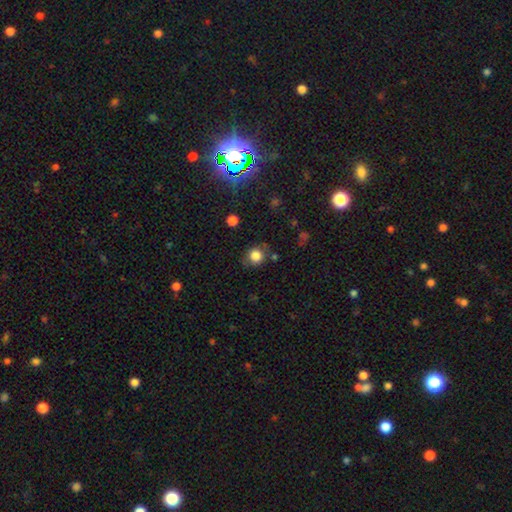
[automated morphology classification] Smooth or featured?
  - smooth: 82% *
  - star or artifact: 11%
  - featured or disk: 7%
How rounded?
  - round: 84% *
  - in between: 15%
  - cigar-shaped: 1%
Merging?
  - none: 76% *
  - minor disturbance: 15%
  - major disturbance: 5%
  - merger: 4%